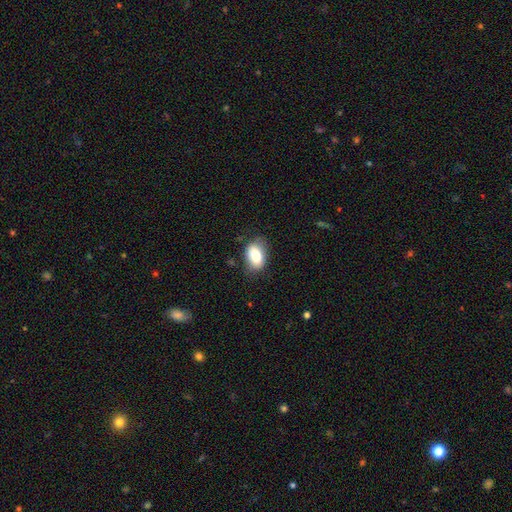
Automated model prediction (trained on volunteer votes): smooth-or-featured: smooth: 84% | featured or disk: 8% | star or artifact: 7%
  how-rounded: in between: 88% | round: 10% | cigar-shaped: 2%
  merging: none: 71% | minor disturbance: 22% | major disturbance: 6% | merger: 2%